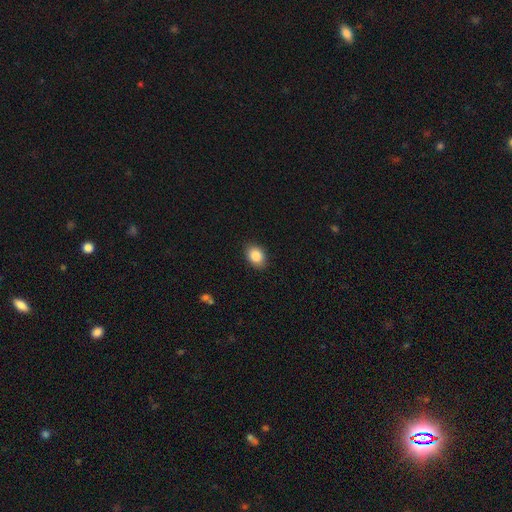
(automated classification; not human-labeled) smooth-or-featured: smooth: 86% | star or artifact: 8% | featured or disk: 6%
  how-rounded: in between: 75% | round: 24% | cigar-shaped: 1%
  merging: none: 89% | minor disturbance: 8% | major disturbance: 2% | merger: 1%